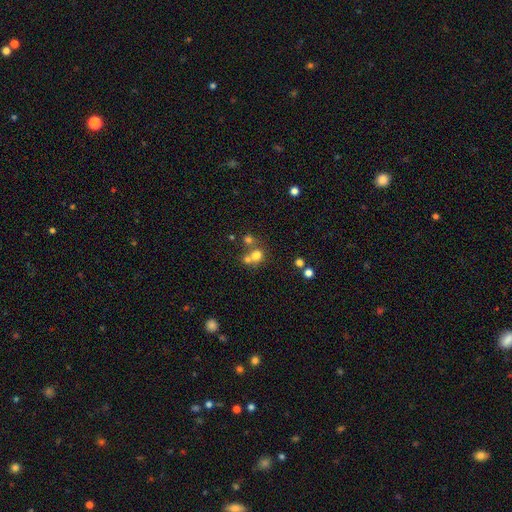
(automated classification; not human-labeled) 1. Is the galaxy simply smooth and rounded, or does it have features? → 70% smooth, 17% star or artifact, 13% featured or disk.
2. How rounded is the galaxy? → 76% round, 22% in between, 1% cigar-shaped.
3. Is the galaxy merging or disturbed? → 45% merger, 43% none, 7% minor disturbance, 4% major disturbance.